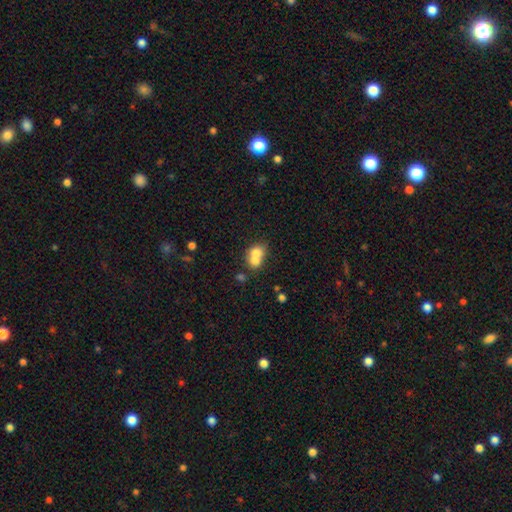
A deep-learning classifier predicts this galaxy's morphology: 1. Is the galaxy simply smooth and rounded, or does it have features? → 69% smooth, 21% featured or disk, 10% star or artifact.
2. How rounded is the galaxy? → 53% round, 46% in between, 1% cigar-shaped.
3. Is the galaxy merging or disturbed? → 69% merger, 21% none, 6% minor disturbance, 3% major disturbance.